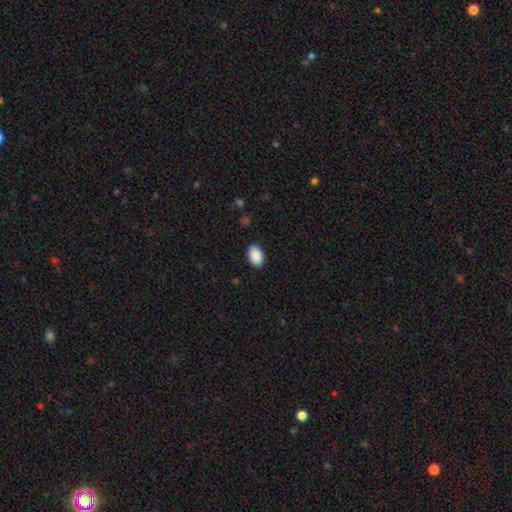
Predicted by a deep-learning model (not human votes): A smooth galaxy with no disk features (90%) that is in between round and cigar-shaped (92%).

Vote fractions:
- Smooth or featured? smooth: 90% / star or artifact: 7% / featured or disk: 3%
- How rounded? in between: 92% / round: 7% / cigar-shaped: 1%
- Merging? none: 88% / minor disturbance: 9% / major disturbance: 2% / merger: 1%